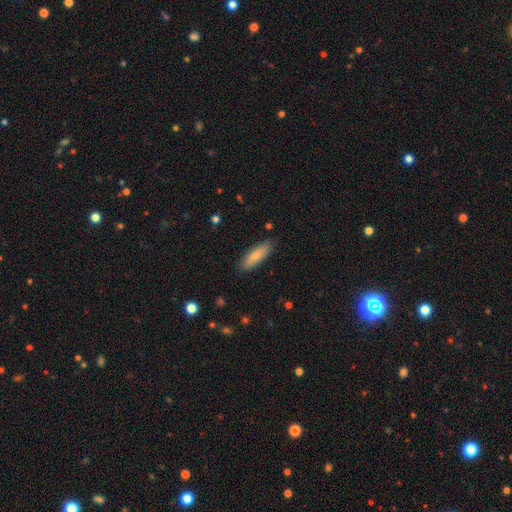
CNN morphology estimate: This is clearly a smooth galaxy (81%). How rounded: possibly cigar-shaped (56%). Merging: clearly none (85%).